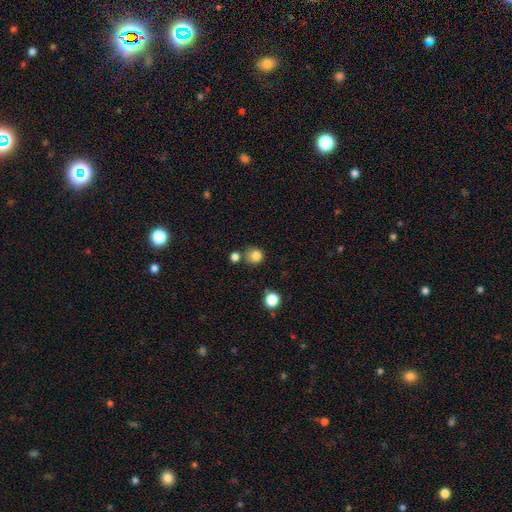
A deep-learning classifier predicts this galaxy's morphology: Smooth or featured? Predicted: smooth (p=0.83). How rounded? Predicted: round (p=0.88). Merging? Predicted: none (p=0.69).